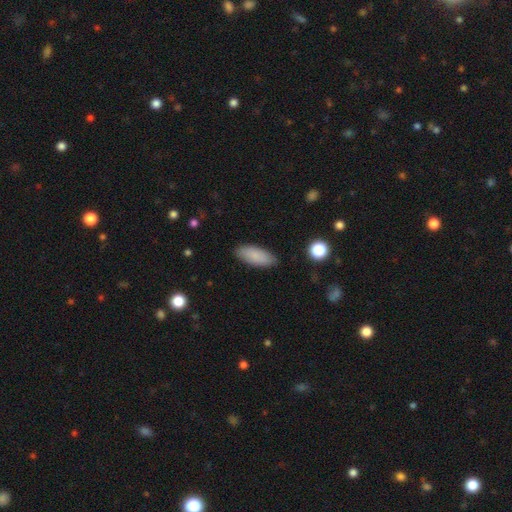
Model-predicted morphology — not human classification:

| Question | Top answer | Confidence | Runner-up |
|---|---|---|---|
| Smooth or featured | smooth | 87% | featured or disk (7%) |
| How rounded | in between | 81% | cigar-shaped (18%) |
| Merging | none | 86% | minor disturbance (11%) |